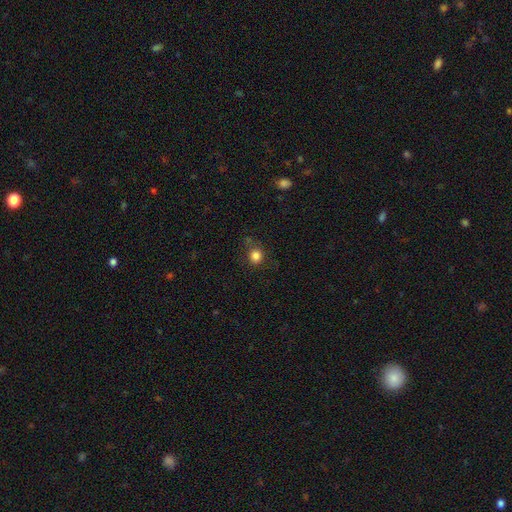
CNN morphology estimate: smooth-or-featured: smooth: 83% | star or artifact: 12% | featured or disk: 5%
  how-rounded: round: 84% | in between: 15% | cigar-shaped: 1%
  merging: none: 76% | minor disturbance: 16% | major disturbance: 6% | merger: 2%